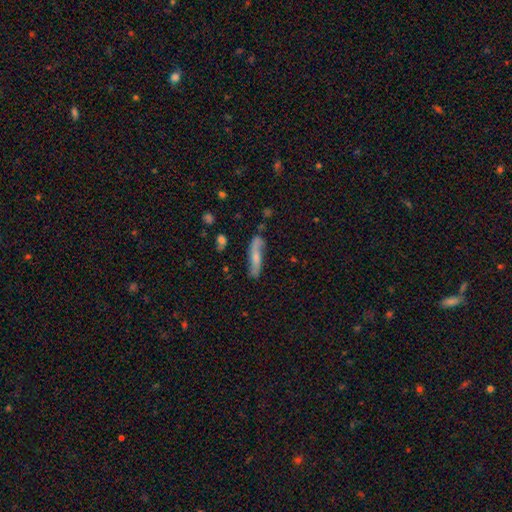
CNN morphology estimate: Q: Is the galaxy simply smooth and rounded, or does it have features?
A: featured or disk — 48%.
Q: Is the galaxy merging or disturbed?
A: none — 70%.